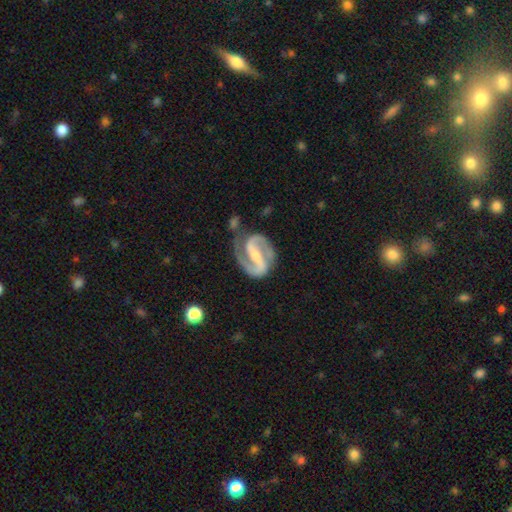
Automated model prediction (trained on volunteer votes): Q: Smooth or featured?
A: featured or disk (93%); runner-up: star or artifact (4%)
Q: Edge-on disk?
A: no (98%); runner-up: yes (2%)
Q: Bar?
A: strong (62%); runner-up: weak (25%)
Q: Spiral arms?
A: yes (98%); runner-up: no (2%)
Q: Spiral winding?
A: medium (59%); runner-up: tight (25%)
Q: Spiral arm count?
A: 2 (94%); runner-up: 1 (2%)
Q: Bulge size?
A: small (62%); runner-up: moderate (32%)
Q: Merging?
A: none (73%); runner-up: minor disturbance (17%)